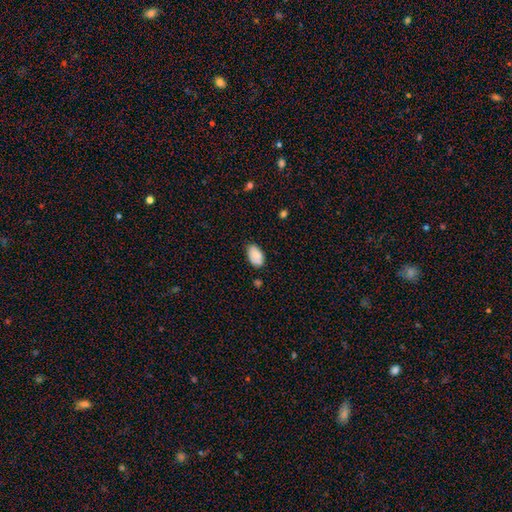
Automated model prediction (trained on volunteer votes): Smooth or featured?
  - smooth: 85% *
  - featured or disk: 8%
  - star or artifact: 7%
How rounded?
  - in between: 94% *
  - round: 5%
  - cigar-shaped: 1%
Merging?
  - none: 73% *
  - minor disturbance: 20%
  - major disturbance: 4%
  - merger: 3%